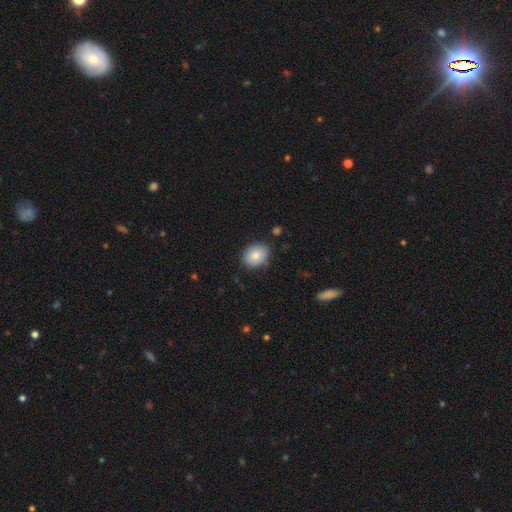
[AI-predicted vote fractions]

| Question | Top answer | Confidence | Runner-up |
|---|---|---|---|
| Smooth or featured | smooth | 82% | featured or disk (10%) |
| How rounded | in between | 59% | round (40%) |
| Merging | none | 84% | minor disturbance (12%) |